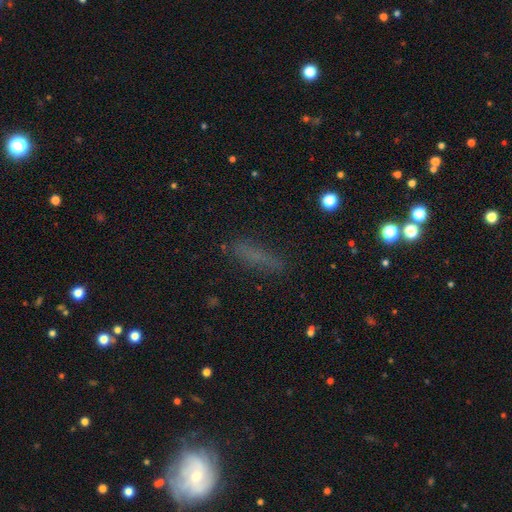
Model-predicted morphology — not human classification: Q: Smooth or featured?
A: smooth (63%); runner-up: star or artifact (19%)
Q: How rounded?
A: cigar-shaped (77%); runner-up: in between (20%)
Q: Merging?
A: none (80%); runner-up: minor disturbance (13%)